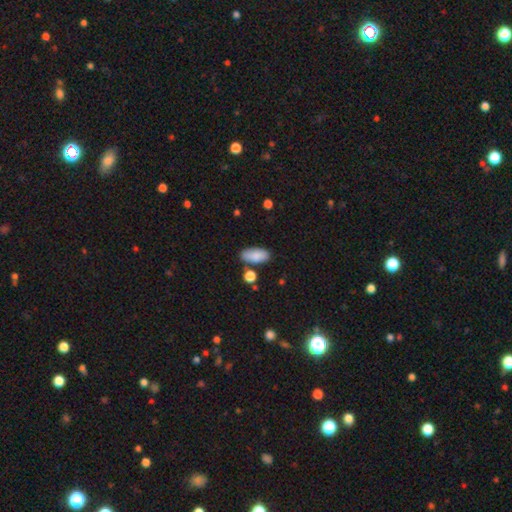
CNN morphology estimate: A smooth galaxy with no disk features (86%) that is in between round and cigar-shaped (89%). Merging: none (73%).